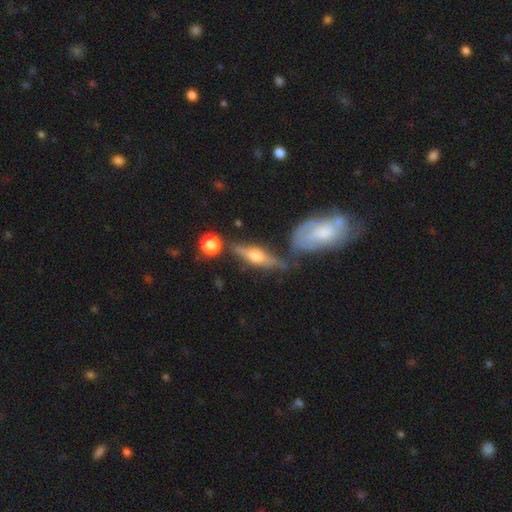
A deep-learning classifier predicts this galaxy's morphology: A featured or disk galaxy (69%) viewed edge-on (91%) with a rounded central bulge (93%). Merging: none (68%).